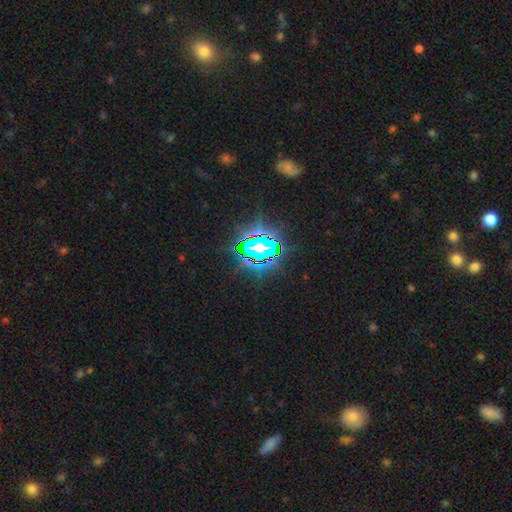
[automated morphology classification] Smooth or featured? star or artifact (70%)